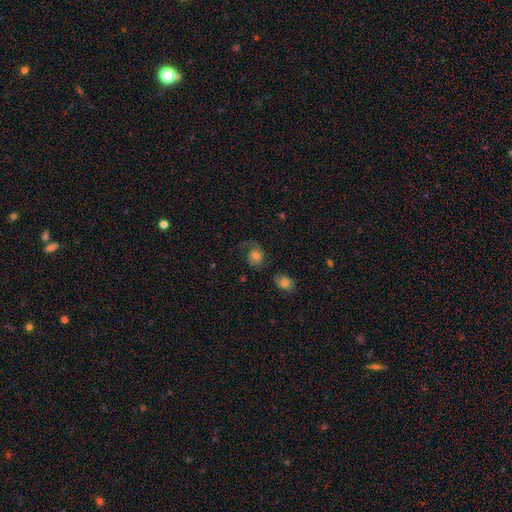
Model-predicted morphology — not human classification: Overall: smooth (51%; featured or disk 39%). How rounded: round (63%; in between 36%). Merging: none (44%; major disturbance 29%).